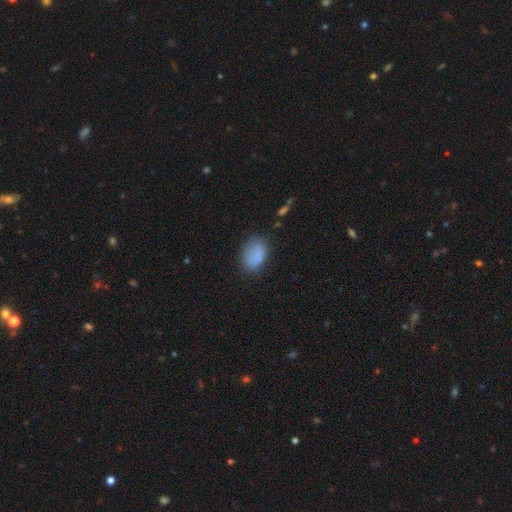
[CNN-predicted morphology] This is clearly a smooth galaxy (83%). How rounded: clearly in between (82%). Merging: likely none (67%).